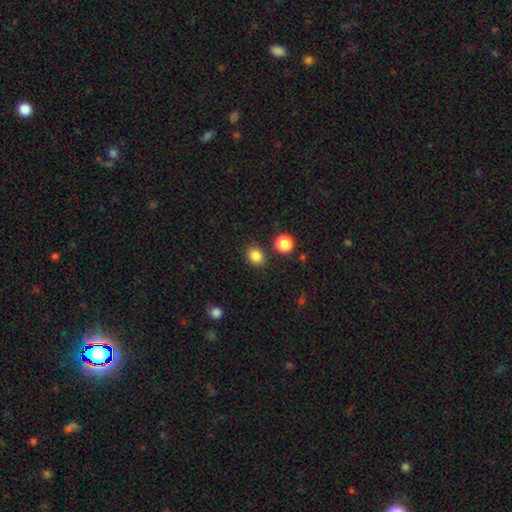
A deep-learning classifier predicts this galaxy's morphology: Smooth or featured: smooth — 84% (star or artifact — 12%)
How rounded: round — 68% (in between — 32%)
Merging: none — 84% (minor disturbance — 8%)